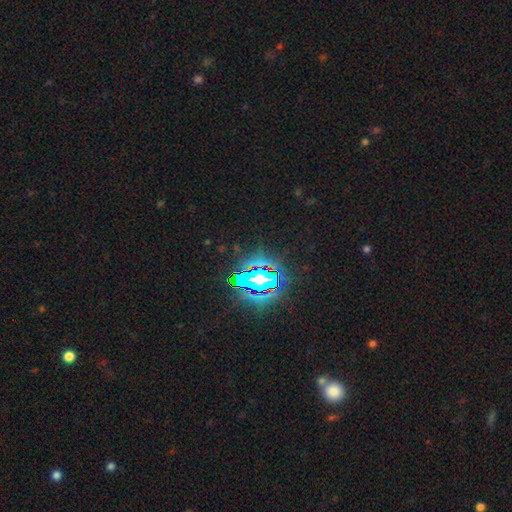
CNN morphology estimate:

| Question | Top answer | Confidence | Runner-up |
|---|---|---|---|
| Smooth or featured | star or artifact | 82% | smooth (10%) |